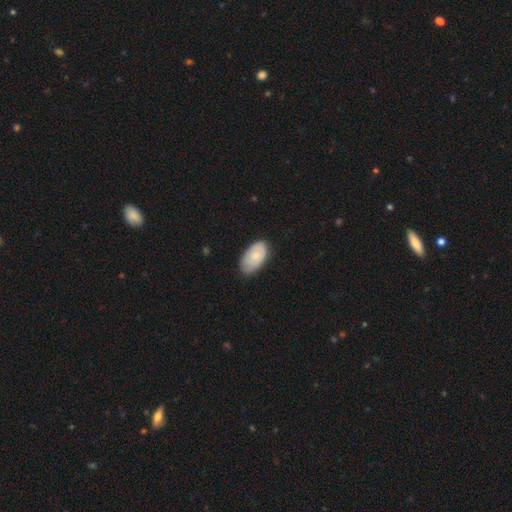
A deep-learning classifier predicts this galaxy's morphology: type=smooth (65%); roundness=in between (94%); merging=none (75%).